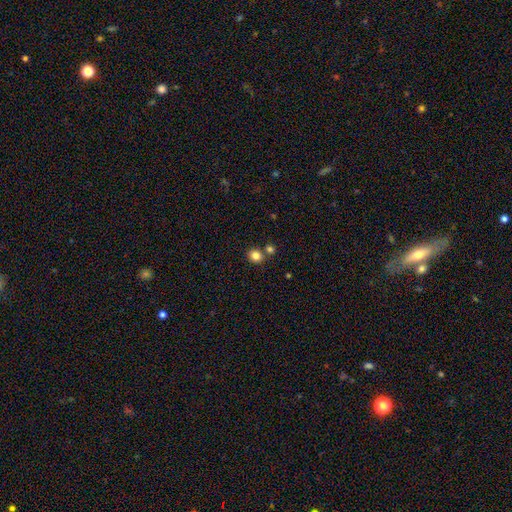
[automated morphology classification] A smooth galaxy with no disk features (83%) that is round (76%). Merging: none (73%).